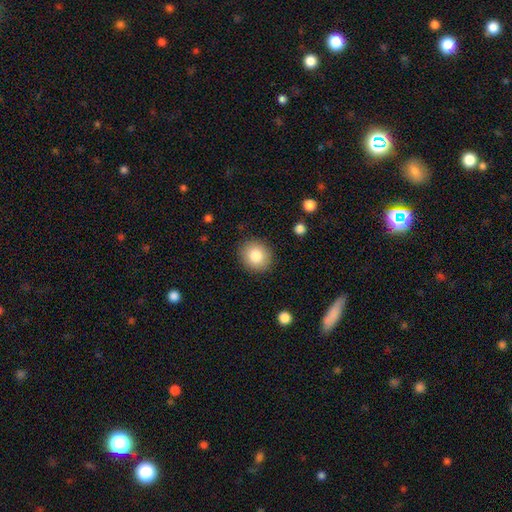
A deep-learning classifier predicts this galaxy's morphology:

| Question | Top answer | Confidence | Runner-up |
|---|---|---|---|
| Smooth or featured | smooth | 83% | star or artifact (9%) |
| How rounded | round | 80% | in between (19%) |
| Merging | none | 89% | minor disturbance (8%) |